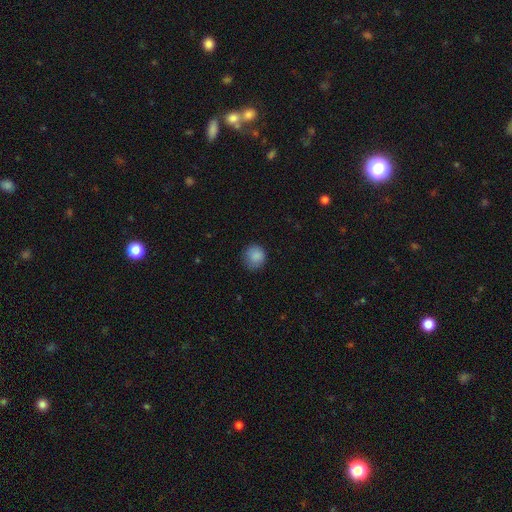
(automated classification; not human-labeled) Smooth or featured?
  - smooth: 87% *
  - star or artifact: 8%
  - featured or disk: 4%
How rounded?
  - round: 87% *
  - in between: 12%
  - cigar-shaped: 1%
Merging?
  - none: 76% *
  - minor disturbance: 19%
  - major disturbance: 4%
  - merger: 1%